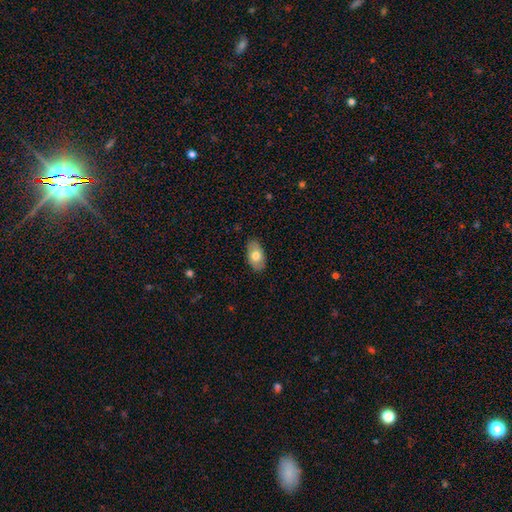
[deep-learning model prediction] smooth-or-featured: smooth: 72% | featured or disk: 22% | star or artifact: 6%
  how-rounded: in between: 93% | round: 5% | cigar-shaped: 2%
  merging: none: 86% | minor disturbance: 11% | major disturbance: 2% | merger: 1%